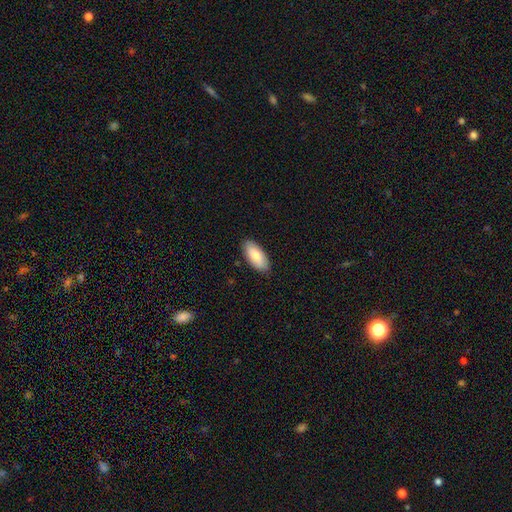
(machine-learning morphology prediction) A smooth galaxy with no disk features (79%) that is in between round and cigar-shaped (89%).

Vote fractions:
- Smooth or featured? smooth: 79% / featured or disk: 15% / star or artifact: 6%
- How rounded? in between: 89% / cigar-shaped: 9% / round: 2%
- Merging? none: 86% / minor disturbance: 11% / major disturbance: 2% / merger: 1%